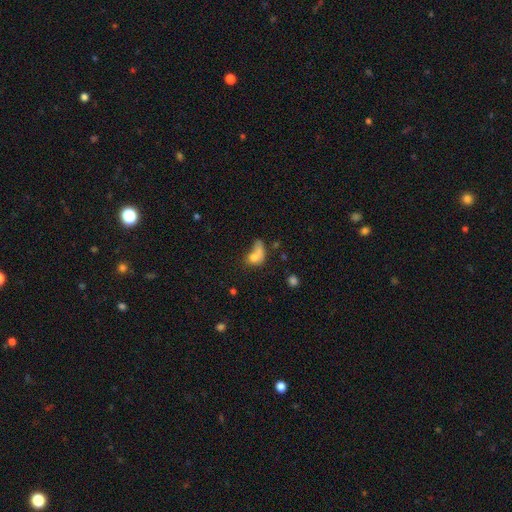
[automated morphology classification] smooth-or-featured: smooth: 69% | featured or disk: 19% | star or artifact: 12%
  how-rounded: in between: 66% | round: 30% | cigar-shaped: 4%
  merging: merger: 38% | major disturbance: 26% | none: 21% | minor disturbance: 15%